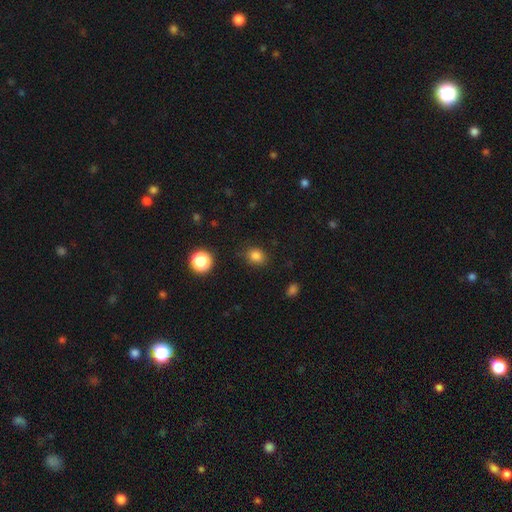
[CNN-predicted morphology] Smooth or featured? smooth (82%)
How rounded? round (61%)
Merging? none (83%)